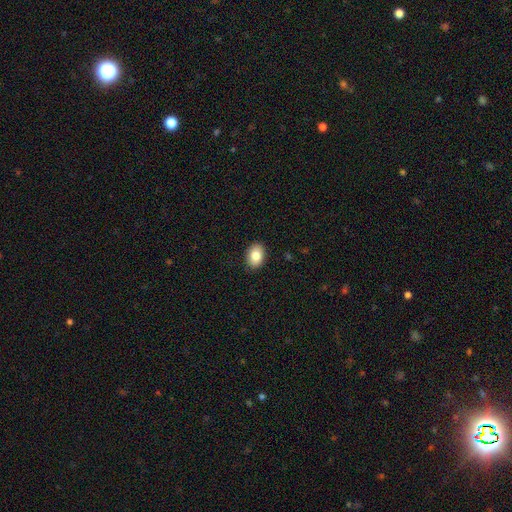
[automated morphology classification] Smooth or featured?
  - smooth: 84% *
  - featured or disk: 9%
  - star or artifact: 7%
How rounded?
  - in between: 77% *
  - round: 22%
  - cigar-shaped: 1%
Merging?
  - none: 90% *
  - minor disturbance: 8%
  - major disturbance: 2%
  - merger: 1%